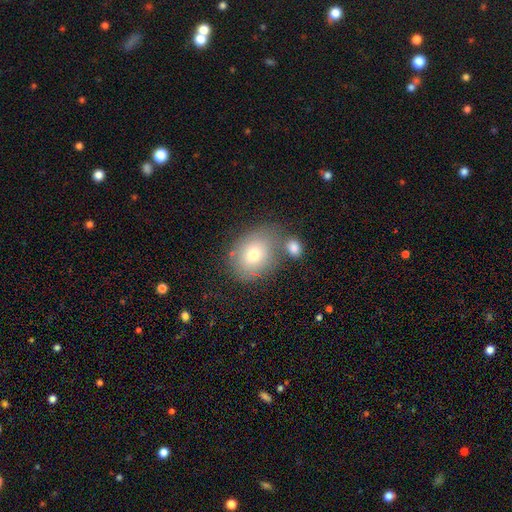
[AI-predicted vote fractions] A smooth galaxy with no disk features (68%) that is round (53%).

Vote fractions:
- Smooth or featured? smooth: 68% / featured or disk: 20% / star or artifact: 12%
- How rounded? round: 53% / in between: 46% / cigar-shaped: 1%
- Merging? none: 61% / merger: 20% / minor disturbance: 14% / major disturbance: 5%